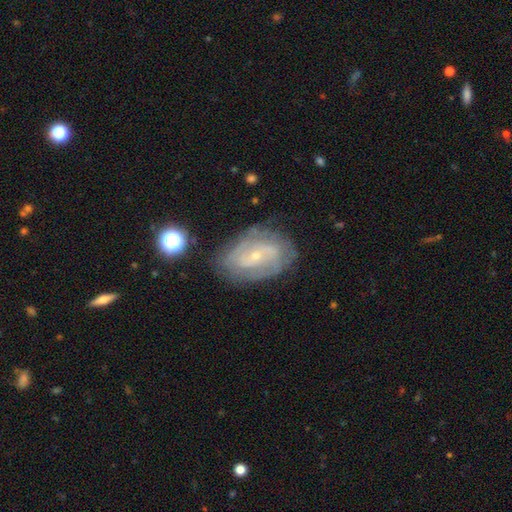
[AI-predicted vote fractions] A featured or disk galaxy (78%) with no bar (52%), 2 (43%) tight (52%) spiral arms (87%) and a small central bulge (79%).

Vote fractions:
- Smooth or featured? featured or disk: 78% / smooth: 15% / star or artifact: 7%
- Edge-on disk? no: 96% / yes: 4%
- Bar? no: 52% / weak: 36% / strong: 12%
- Spiral arms? yes: 87% / no: 13%
- Spiral winding? tight: 52% / medium: 36% / loose: 12%
- Spiral arm count? 2: 43% / can't tell: 35% / 3: 10% / 4: 5% / 1: 4% / more than 4: 3%
- Bulge size? small: 79% / moderate: 18% / none: 1% / large: 1% / dominant: 1%
- Merging? none: 74% / minor disturbance: 18% / major disturbance: 6% / merger: 2%